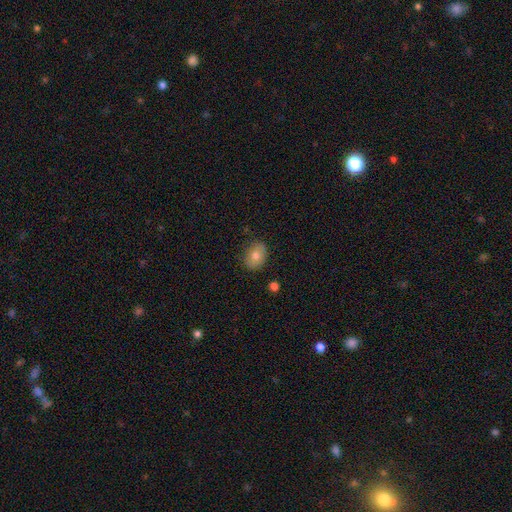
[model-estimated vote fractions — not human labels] Q: Smooth or featured?
A: smooth (75%); runner-up: featured or disk (16%)
Q: How rounded?
A: in between (66%); runner-up: round (33%)
Q: Merging?
A: none (80%); runner-up: minor disturbance (15%)